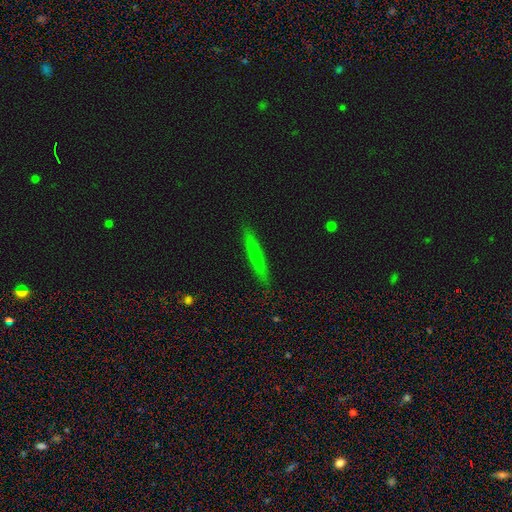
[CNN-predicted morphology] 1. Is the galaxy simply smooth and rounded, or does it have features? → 65% smooth, 28% featured or disk, 7% star or artifact.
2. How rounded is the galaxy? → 95% cigar-shaped, 4% in between, 1% round.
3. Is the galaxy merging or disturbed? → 90% none, 8% minor disturbance, 2% major disturbance, 1% merger.